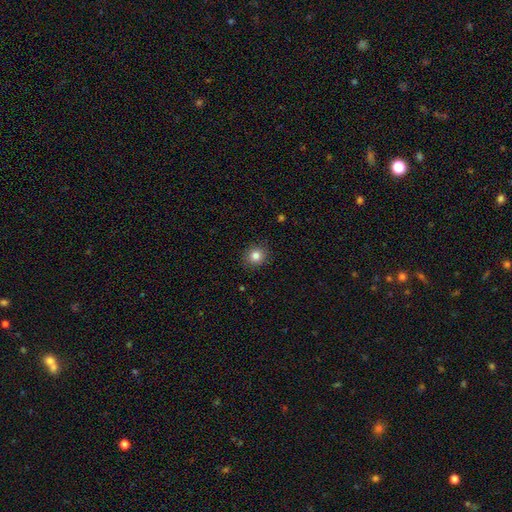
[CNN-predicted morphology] A smooth galaxy with no disk features (83%) that is round (85%).

Vote fractions:
- Smooth or featured? smooth: 83% / star or artifact: 11% / featured or disk: 6%
- How rounded? round: 85% / in between: 14% / cigar-shaped: 1%
- Merging? none: 90% / minor disturbance: 7% / major disturbance: 2% / merger: 1%